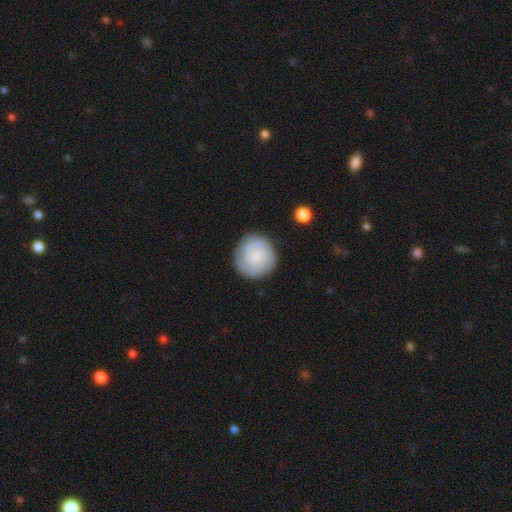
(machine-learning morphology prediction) Smooth or featured: featured or disk — 48% (smooth — 46%)
Merging: none — 82% (minor disturbance — 12%)